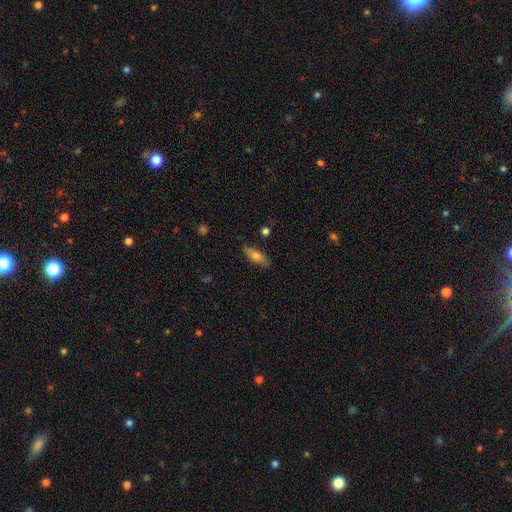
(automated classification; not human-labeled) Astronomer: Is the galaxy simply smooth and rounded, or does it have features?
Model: smooth — 71%.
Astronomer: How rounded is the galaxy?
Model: in between — 68%.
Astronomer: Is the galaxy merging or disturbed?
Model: none — 82%.